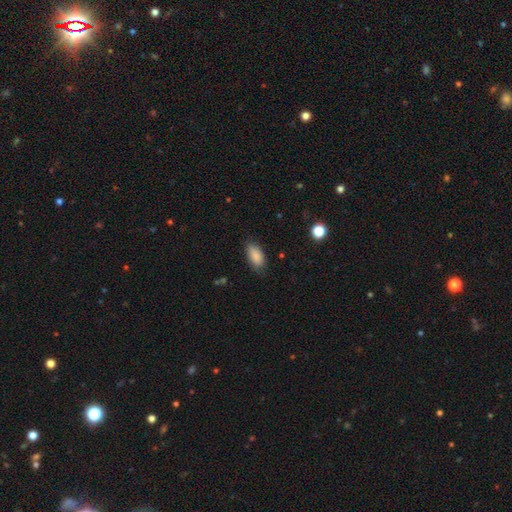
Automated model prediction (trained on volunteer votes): smooth 88%, star or artifact 7%, featured or disk 5%. Down the decision tree: how rounded — in between (91%); merging — none (80%).